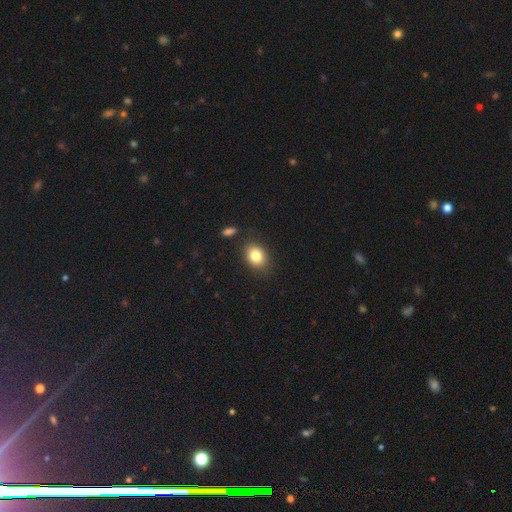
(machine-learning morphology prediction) Smooth or featured: smooth — 82% (star or artifact — 10%)
How rounded: in between — 64% (round — 35%)
Merging: none — 83% (minor disturbance — 11%)